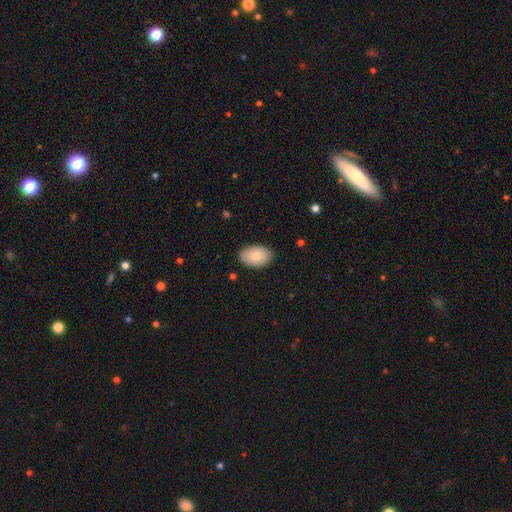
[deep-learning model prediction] A smooth galaxy with no disk features (85%) that is in between round and cigar-shaped (91%). Merging: none (86%).